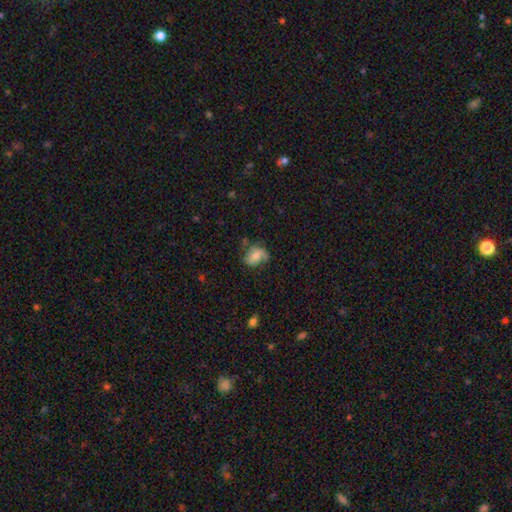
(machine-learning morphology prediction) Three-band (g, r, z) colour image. It shows a smooth galaxy with no disk features (50%) that is in between round and cigar-shaped (67%). Merging: none (51%).